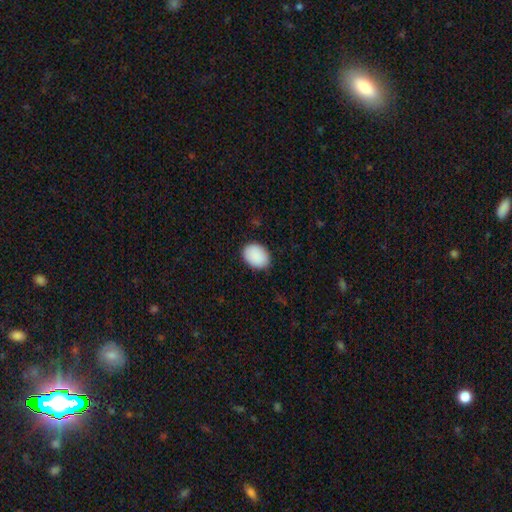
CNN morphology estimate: A smooth galaxy with no disk features (91%) that is in between round and cigar-shaped (71%). Merging: none (86%).